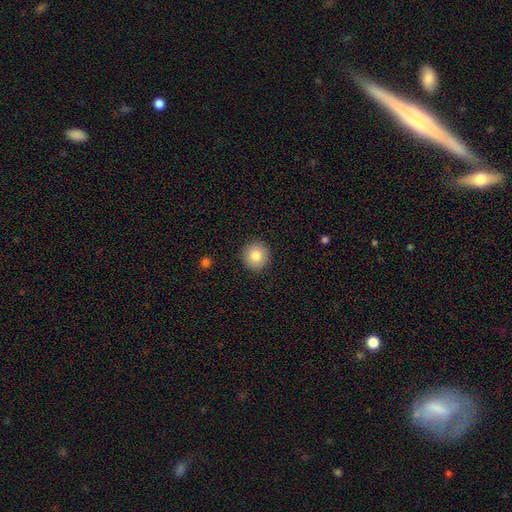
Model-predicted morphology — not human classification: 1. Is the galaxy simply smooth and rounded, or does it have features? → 81% smooth, 10% featured or disk, 9% star or artifact.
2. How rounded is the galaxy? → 92% round, 7% in between, 1% cigar-shaped.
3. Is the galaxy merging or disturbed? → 92% none, 5% minor disturbance, 2% major disturbance, 1% merger.